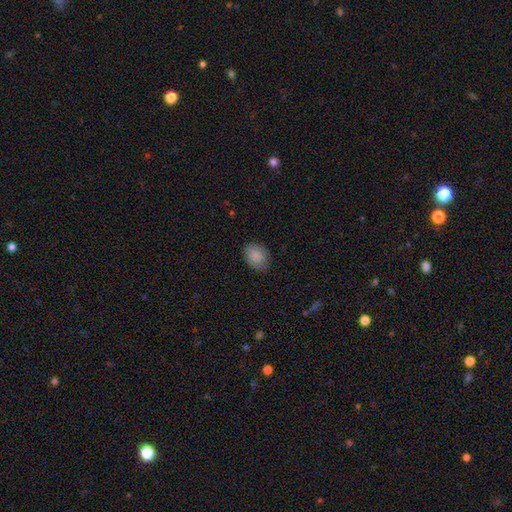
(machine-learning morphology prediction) smooth_or_featured: smooth (p=0.88) [alt: star or artifact p=0.08]
how_rounded: in between (p=0.67) [alt: round p=0.32]
merging: none (p=0.79) [alt: minor disturbance p=0.17]